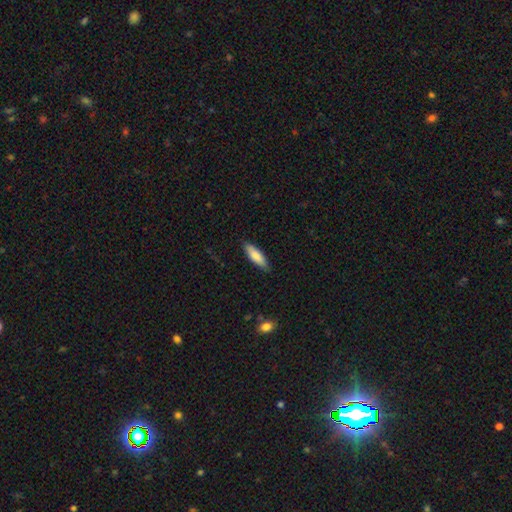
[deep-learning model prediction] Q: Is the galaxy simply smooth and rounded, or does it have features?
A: smooth — 81%.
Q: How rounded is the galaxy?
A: cigar-shaped — 50%.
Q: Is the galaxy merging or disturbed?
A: none — 85%.